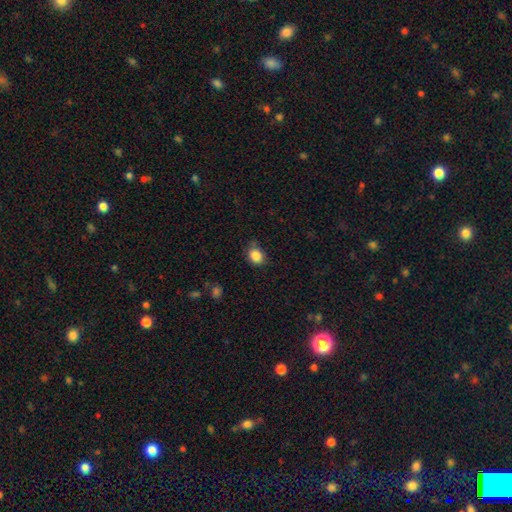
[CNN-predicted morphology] Overall: smooth (86%). How rounded: round (53%; in between 46%). Merging: none (72%).